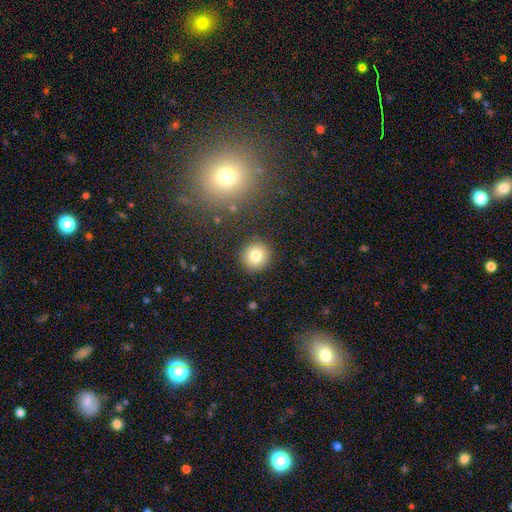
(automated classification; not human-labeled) smooth-or-featured: smooth: 79% | star or artifact: 11% | featured or disk: 10%
  how-rounded: round: 93% | in between: 6% | cigar-shaped: 1%
  merging: none: 91% | minor disturbance: 6% | major disturbance: 2% | merger: 1%